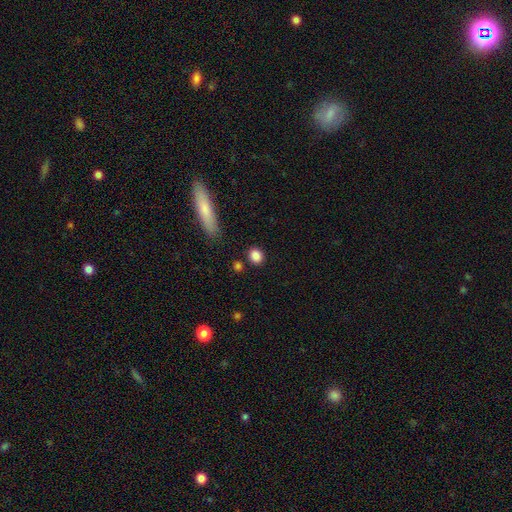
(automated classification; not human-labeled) smooth 86%, star or artifact 10%, featured or disk 5%. Down the decision tree: how rounded — round (69%); merging — none (83%).